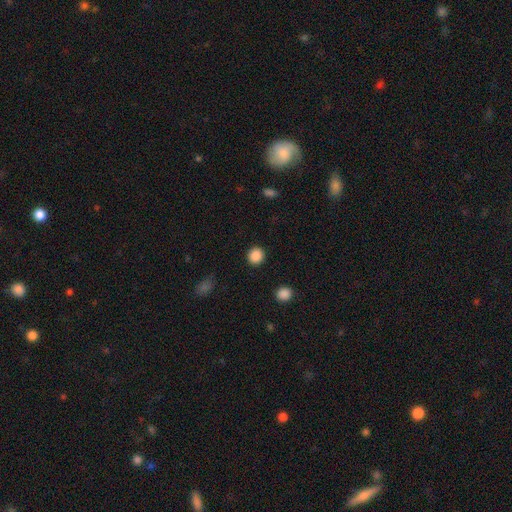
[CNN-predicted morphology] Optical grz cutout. It shows a smooth galaxy with no disk features (88%) that is round (90%). Merging: none (91%).